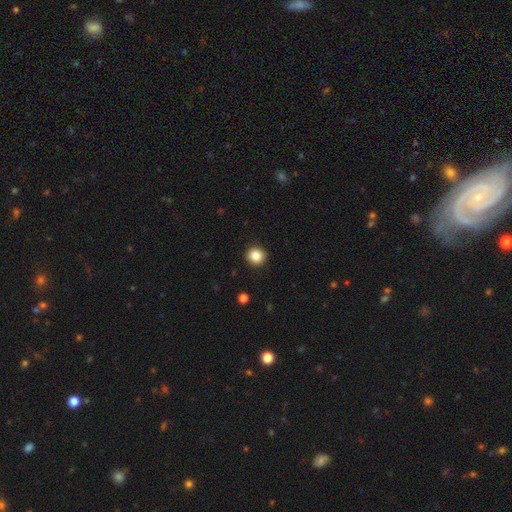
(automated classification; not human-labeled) This appears to be a smooth galaxy with no disk features (86%) that is round (93%). Merging: none (93%).